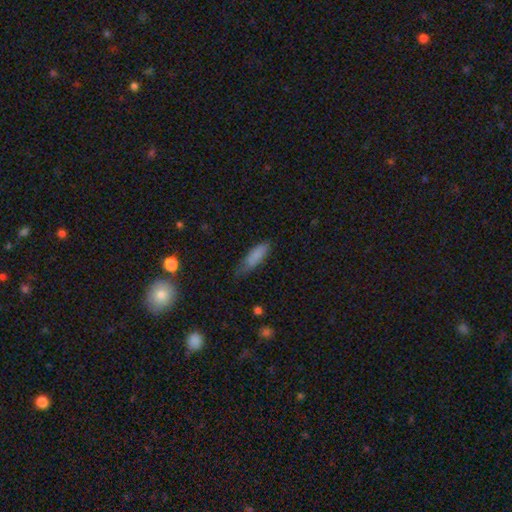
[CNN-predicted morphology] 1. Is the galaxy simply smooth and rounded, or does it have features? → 83% smooth, 10% featured or disk, 7% star or artifact.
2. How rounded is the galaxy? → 51% in between, 47% cigar-shaped, 2% round.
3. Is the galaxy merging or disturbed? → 52% none, 37% minor disturbance, 9% major disturbance, 2% merger.